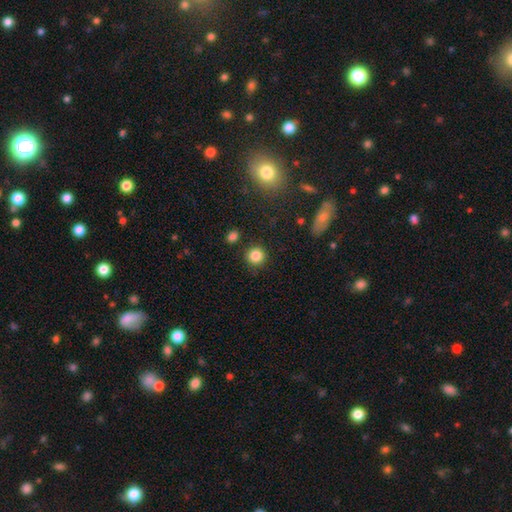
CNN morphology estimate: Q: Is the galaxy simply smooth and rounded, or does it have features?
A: smooth — 84%.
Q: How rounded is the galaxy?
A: round — 93%.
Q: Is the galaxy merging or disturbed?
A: none — 88%.